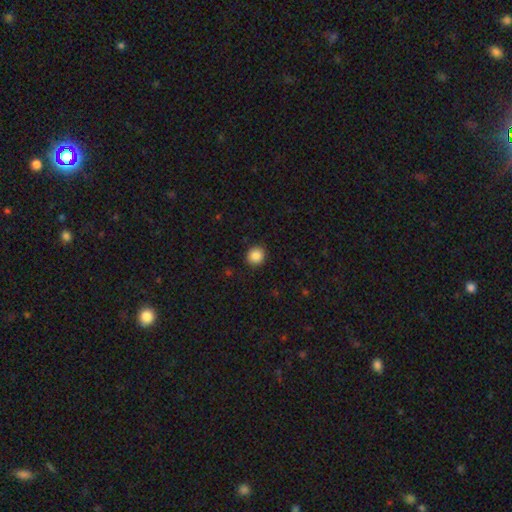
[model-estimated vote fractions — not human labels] smooth-or-featured: smooth: 87% | star or artifact: 9% | featured or disk: 4%
  how-rounded: round: 88% | in between: 11% | cigar-shaped: 1%
  merging: none: 91% | minor disturbance: 6% | major disturbance: 2% | merger: 1%